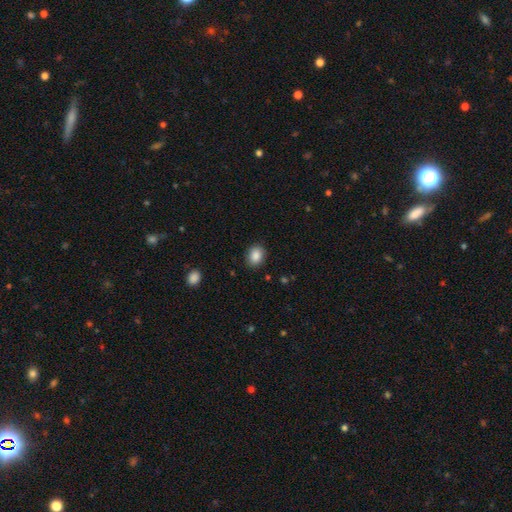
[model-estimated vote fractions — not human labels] The model was most divided on "how rounded": in between: 57%, round: 42%, cigar-shaped: 1%. More confident: merging — none (87%); smooth or featured — smooth (87%).